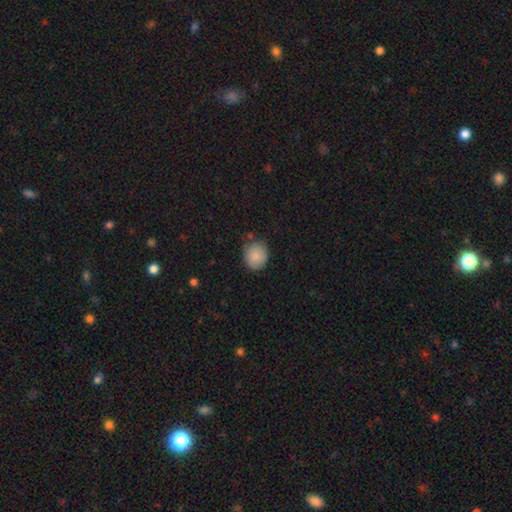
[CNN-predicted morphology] This appears to be a smooth galaxy with no disk features (87%) that is round (71%). Merging: none (76%).